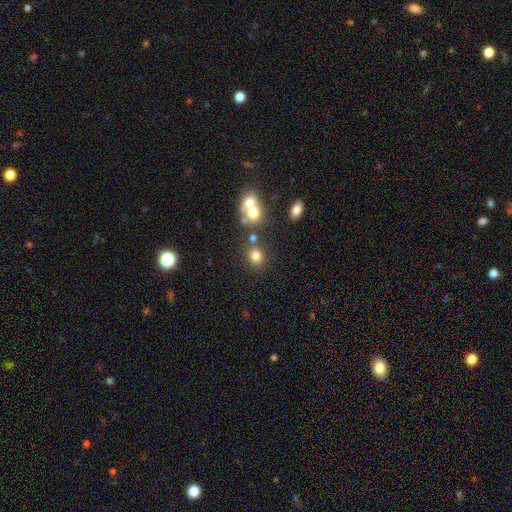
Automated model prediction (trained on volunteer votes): smooth-or-featured: smooth: 76% | star or artifact: 14% | featured or disk: 10%
  how-rounded: round: 72% | in between: 27% | cigar-shaped: 1%
  merging: none: 67% | merger: 18% | minor disturbance: 10% | major disturbance: 5%